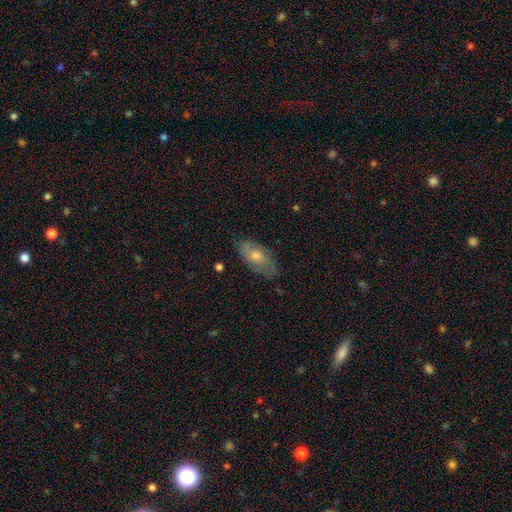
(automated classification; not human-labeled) Morphology: type=featured or disk (47%); merging=none (75%).